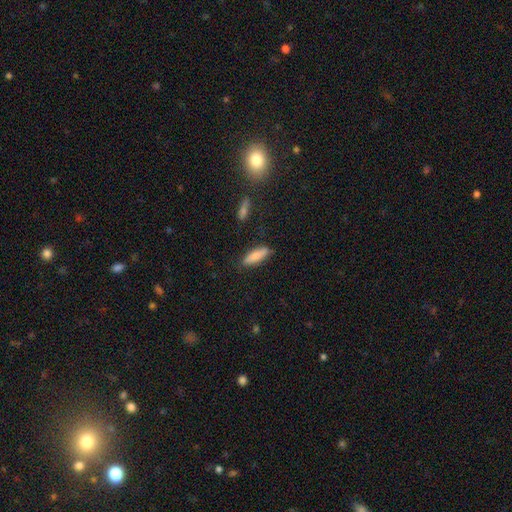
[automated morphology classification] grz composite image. It shows a smooth galaxy with no disk features (83%) that is cigar-shaped (52%). Merging: none (82%).